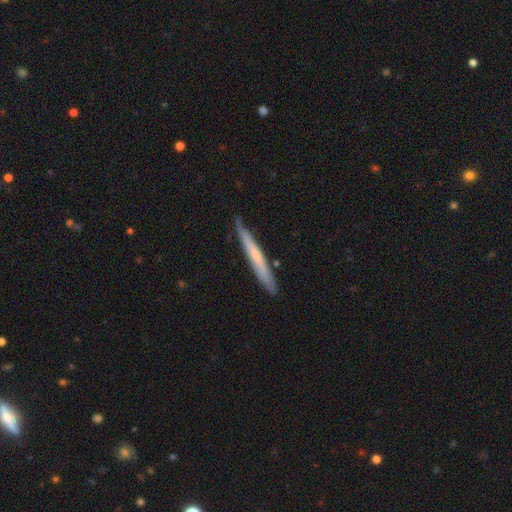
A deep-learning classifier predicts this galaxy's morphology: Smooth or featured? Predicted: smooth (p=0.49). Merging? Predicted: none (p=0.82).